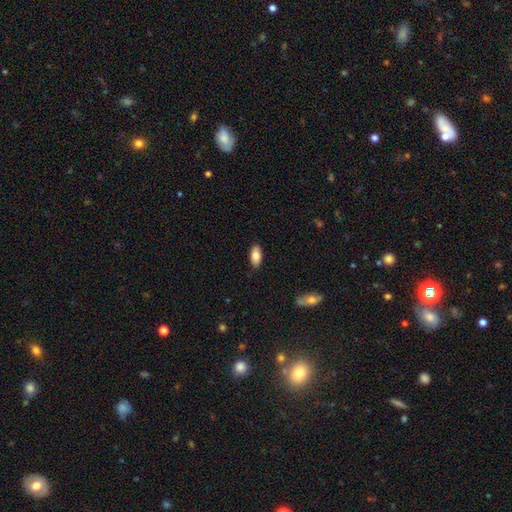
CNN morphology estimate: Smooth or featured: smooth — 82% (featured or disk — 11%)
How rounded: in between — 91% (cigar-shaped — 6%)
Merging: none — 88% (minor disturbance — 9%)